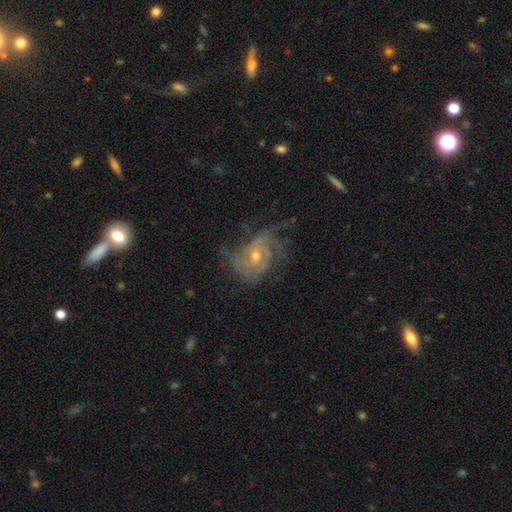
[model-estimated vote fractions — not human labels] Smooth or featured?
  - featured or disk: 83% *
  - smooth: 9%
  - star or artifact: 7%
Edge-on disk?
  - no: 97% *
  - yes: 3%
Bar?
  - no: 67% *
  - weak: 28%
  - strong: 6%
Spiral arms?
  - yes: 93% *
  - no: 7%
Spiral winding?
  - tight: 50% *
  - medium: 37%
  - loose: 13%
Spiral arm count?
  - can't tell: 33% *
  - 3: 22%
  - 2: 22%
  - 4: 12%
  - 1: 6%
  - more than 4: 6%
Bulge size?
  - moderate: 48% * (tied)
  - small: 48% * (tied)
  - large: 2%
  - none: 1%
  - dominant: 1%
Merging?
  - none: 52% *
  - minor disturbance: 24%
  - major disturbance: 22%
  - merger: 2%